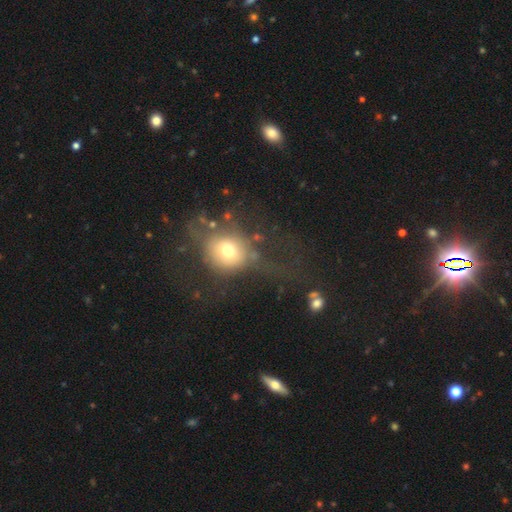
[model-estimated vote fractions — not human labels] smooth 37% (tied), featured or disk 37% (tied), star or artifact 26%. Down the decision tree: merging — none (42%).